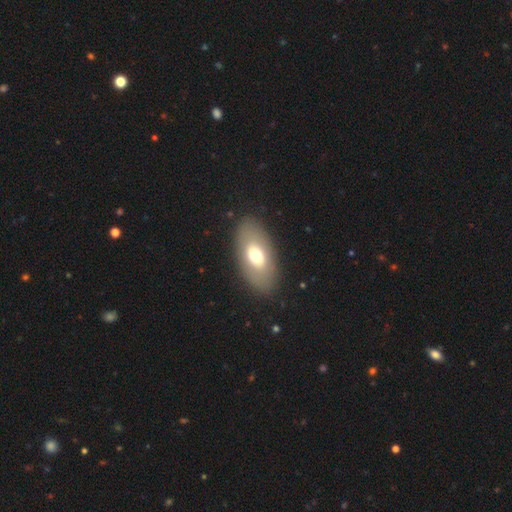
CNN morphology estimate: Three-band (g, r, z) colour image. It shows a smooth galaxy with no disk features (64%) that is in between round and cigar-shaped (92%). Merging: none (85%).